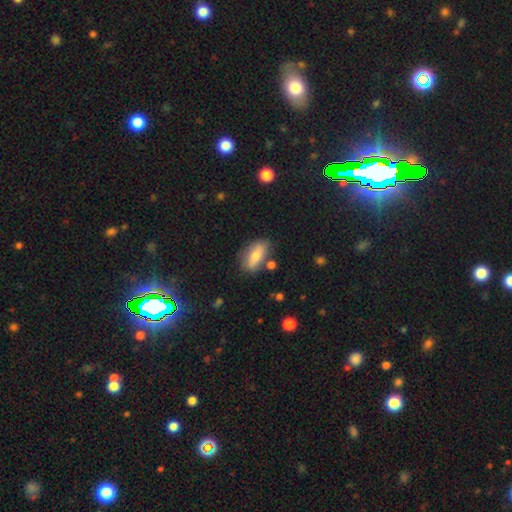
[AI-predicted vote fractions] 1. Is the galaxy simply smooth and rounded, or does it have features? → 69% smooth, 23% featured or disk, 7% star or artifact.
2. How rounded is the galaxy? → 82% in between, 14% cigar-shaped, 4% round.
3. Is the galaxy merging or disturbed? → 73% none, 16% minor disturbance, 6% merger, 4% major disturbance.